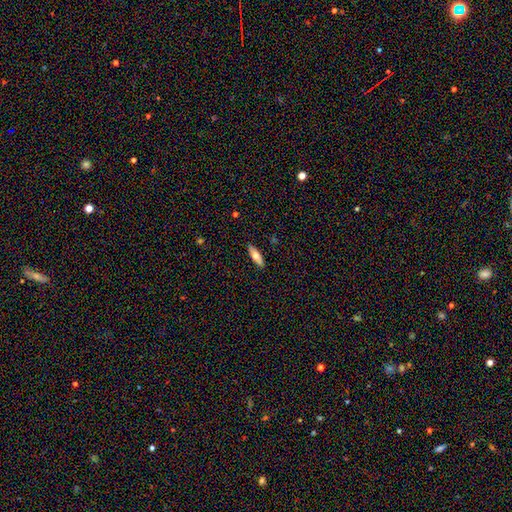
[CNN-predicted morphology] smooth-or-featured: smooth: 62% | featured or disk: 33% | star or artifact: 6%
  how-rounded: cigar-shaped: 51% | in between: 47% | round: 2%
  merging: none: 90% | minor disturbance: 8% | major disturbance: 2% | merger: 1%